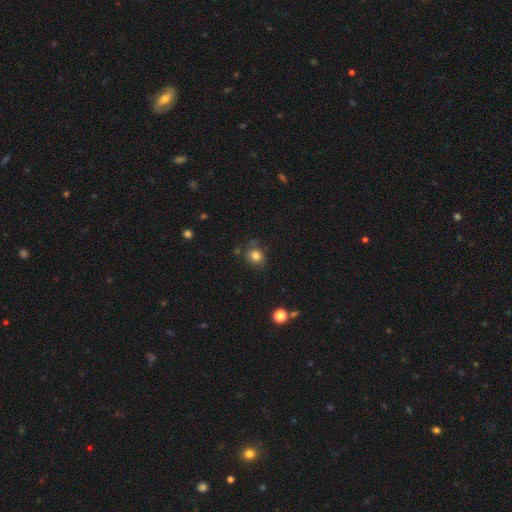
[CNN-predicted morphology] smooth 81%, star or artifact 12%, featured or disk 7%. Down the decision tree: how rounded — round (72%); merging — none (74%).